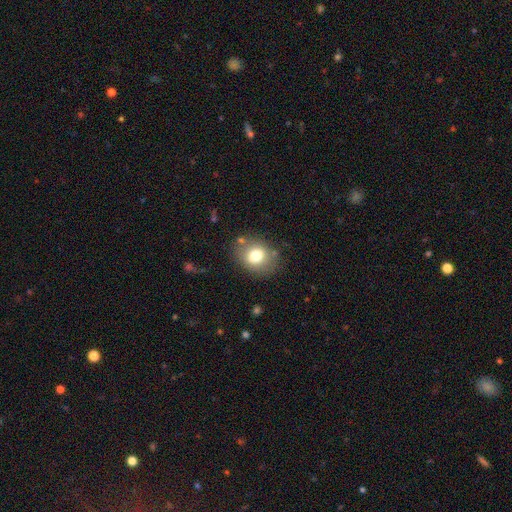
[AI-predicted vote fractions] The model was most divided on "how rounded": round: 56%, in between: 43%, cigar-shaped: 1%. More confident: merging — none (76%); smooth or featured — smooth (74%).